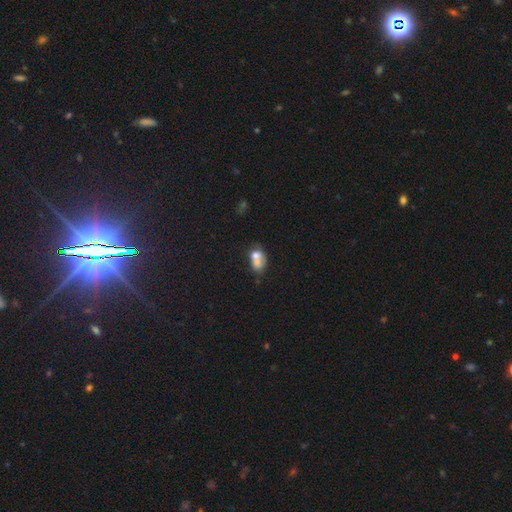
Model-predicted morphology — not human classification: smooth 64%, featured or disk 25%, star or artifact 11%. Down the decision tree: how rounded — in between (67%); merging — merger (57%).